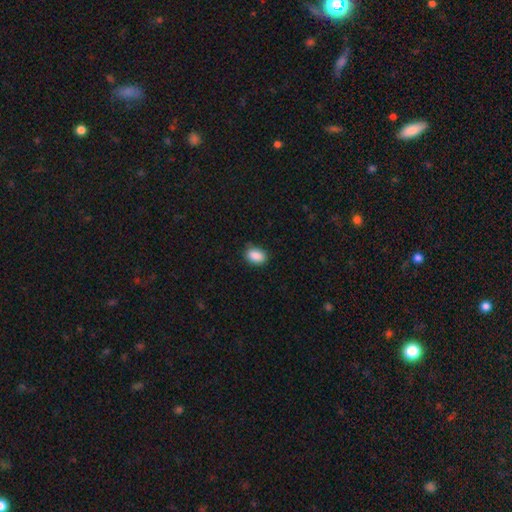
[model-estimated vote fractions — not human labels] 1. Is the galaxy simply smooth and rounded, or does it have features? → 89% smooth, 8% star or artifact, 3% featured or disk.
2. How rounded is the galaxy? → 84% in between, 14% round, 1% cigar-shaped.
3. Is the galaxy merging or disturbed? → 81% none, 15% minor disturbance, 3% major disturbance, 1% merger.